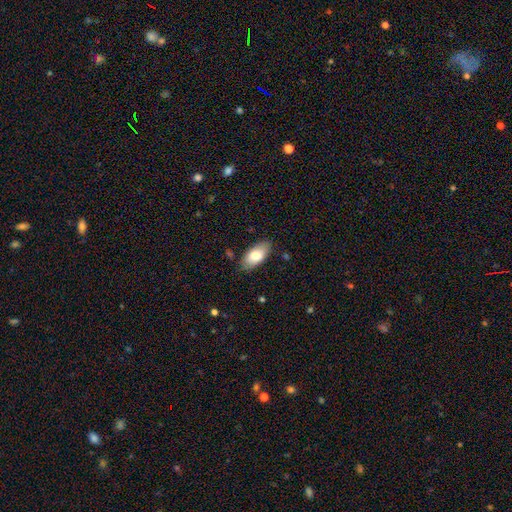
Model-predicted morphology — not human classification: Smooth or featured: smooth — 77% (featured or disk — 16%)
How rounded: in between — 92% (cigar-shaped — 5%)
Merging: none — 84% (minor disturbance — 12%)